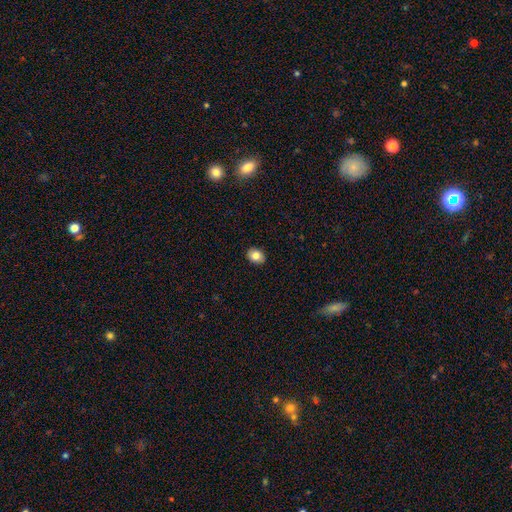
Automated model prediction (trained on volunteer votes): Smooth or featured? Predicted: smooth (p=0.82). How rounded? Predicted: in between (p=0.57). Merging? Predicted: none (p=0.90).